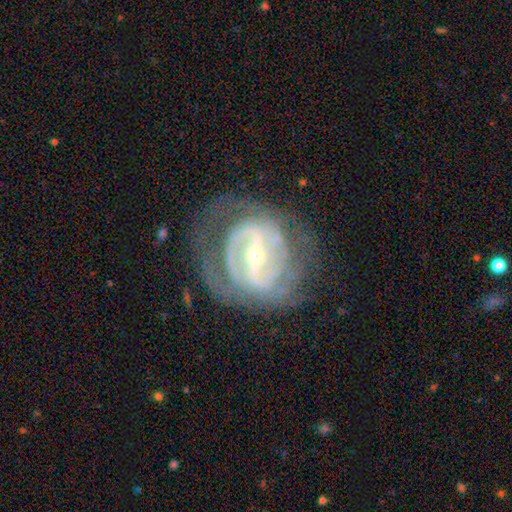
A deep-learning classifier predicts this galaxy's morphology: Overall: featured or disk (88%). Edge-on disk: no (96%). Bar: strong (59%; weak 31%). Spiral arms: yes (89%). Spiral arm count: 2 (47%; can't tell 28%). Spiral winding: tight (53%; medium 36%). Bulge size: small (71%). Merging: none (62%).